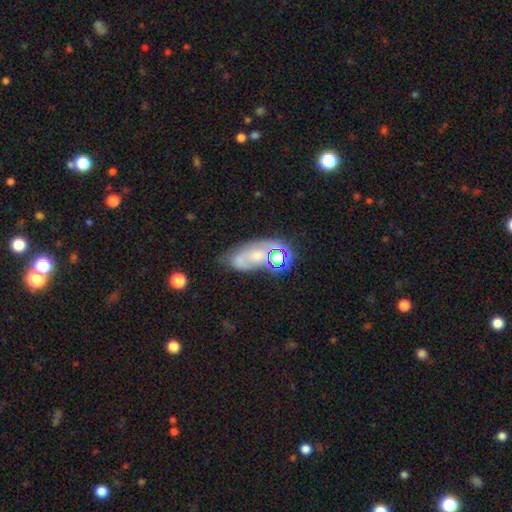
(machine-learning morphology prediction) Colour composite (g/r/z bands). It shows a featured or disk galaxy (41%). Merging: none (50%).